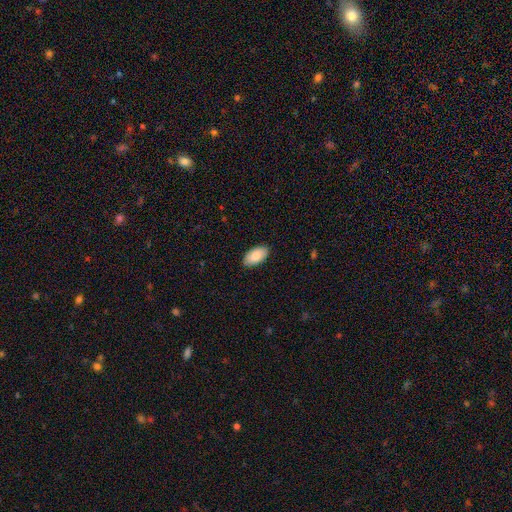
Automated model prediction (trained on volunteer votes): Smooth or featured? smooth (85%)
How rounded? in between (95%)
Merging? none (88%)